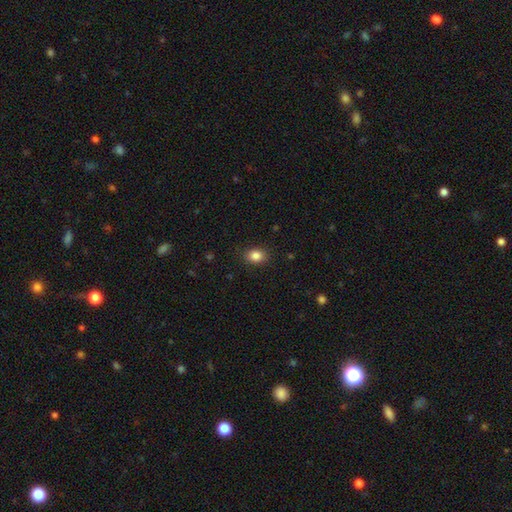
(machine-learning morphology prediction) type=smooth (86%); roundness=in between (61%); merging=none (88%).